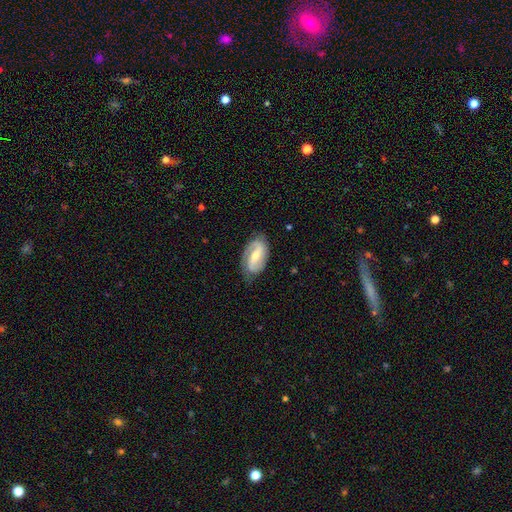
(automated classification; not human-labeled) featured or disk 81%, smooth 14%, star or artifact 5%. Down the decision tree: edge-on disk — no (95%); bar — weak (40%); spiral arms — yes (92%); spiral arm count — 2 (87%); spiral winding — medium (42%); bulge size — moderate (53%); merging — none (78%).